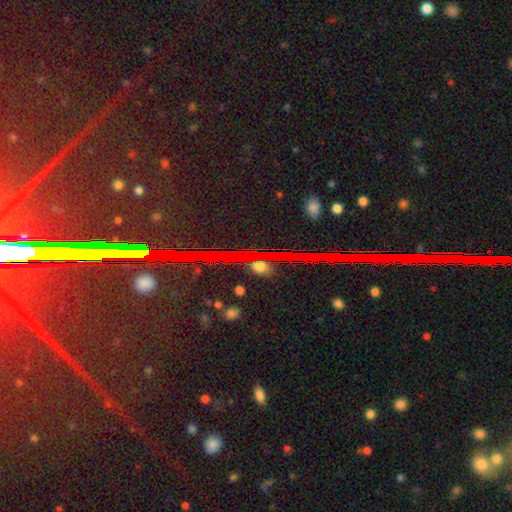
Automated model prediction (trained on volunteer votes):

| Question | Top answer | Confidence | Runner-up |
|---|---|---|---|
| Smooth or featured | star or artifact | 84% | featured or disk (9%) |